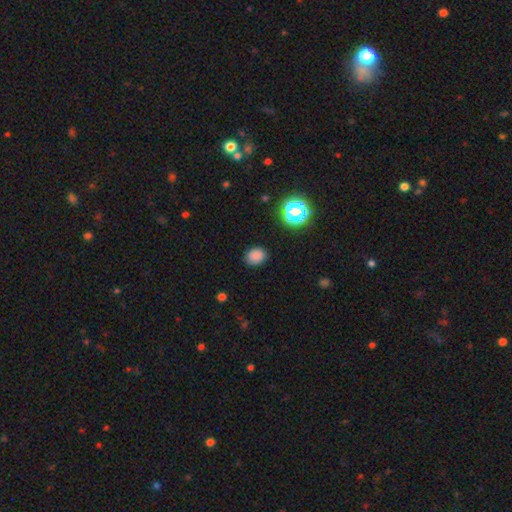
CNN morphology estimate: smooth_or_featured: smooth (p=0.81) [alt: star or artifact p=0.15]
how_rounded: round (p=0.50) [alt: in between p=0.49]
merging: none (p=0.86) [alt: minor disturbance p=0.10]